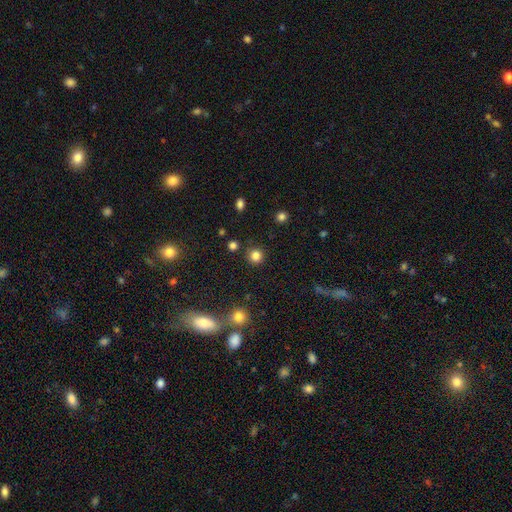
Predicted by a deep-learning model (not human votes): A smooth galaxy with no disk features (82%) that is round (93%). Merging: none (88%).